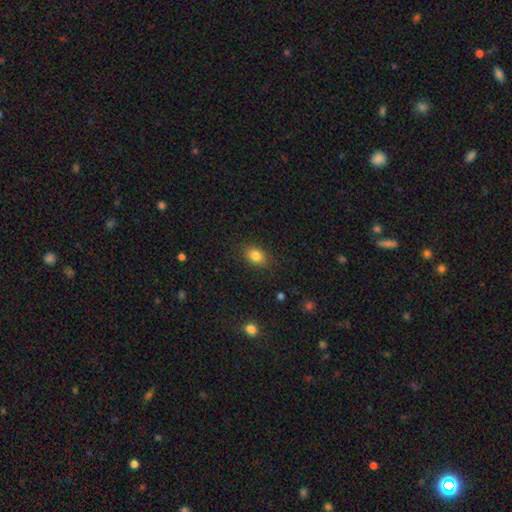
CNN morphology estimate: Overall: smooth (83%). How rounded: in between (71%). Merging: none (86%).